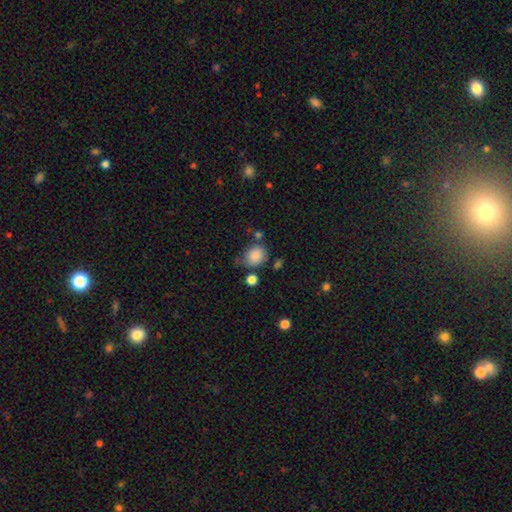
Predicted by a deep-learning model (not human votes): The model was most divided on "how rounded": round: 57%, in between: 42%, cigar-shaped: 1%. More confident: smooth or featured — smooth (85%); merging — none (63%).